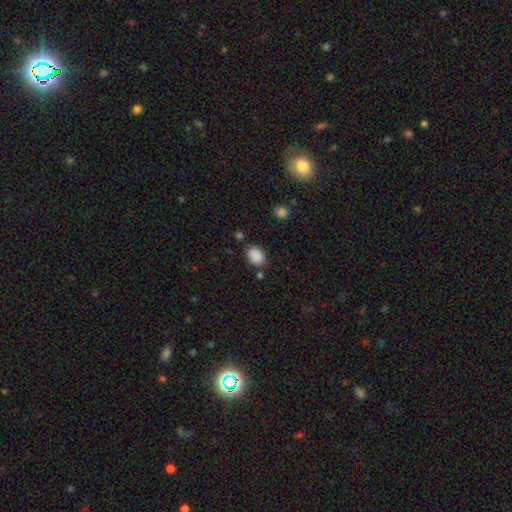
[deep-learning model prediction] This is clearly a smooth galaxy (88%). How rounded: likely in between (76%). Merging: likely none (77%).